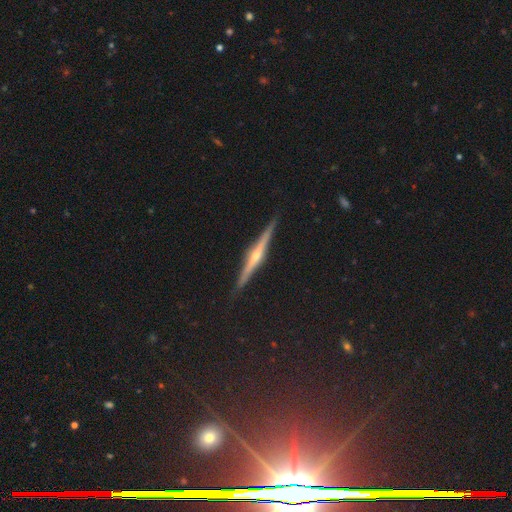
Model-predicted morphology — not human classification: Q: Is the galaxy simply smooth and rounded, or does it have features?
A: featured or disk — 78%.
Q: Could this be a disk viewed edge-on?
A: yes — 98%.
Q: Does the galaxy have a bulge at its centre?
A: rounded — 86%.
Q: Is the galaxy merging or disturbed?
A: none — 91%.